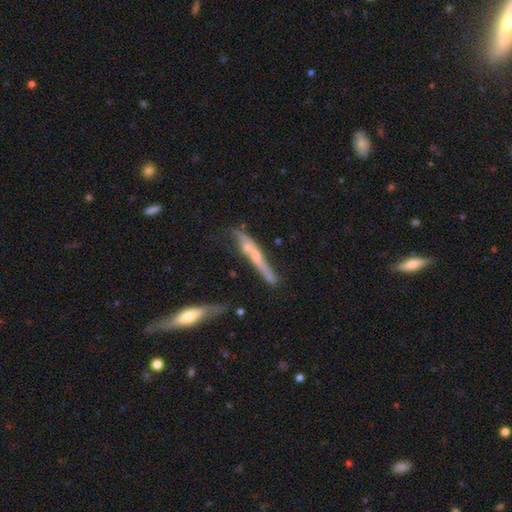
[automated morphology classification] A featured or disk galaxy (57%) viewed edge-on (86%).

Vote fractions:
- Smooth or featured? featured or disk: 57% / smooth: 35% / star or artifact: 8%
- Edge-on disk? yes: 86% / no: 14%
- Merging? none: 53% / minor disturbance: 25% / merger: 11% / major disturbance: 11%